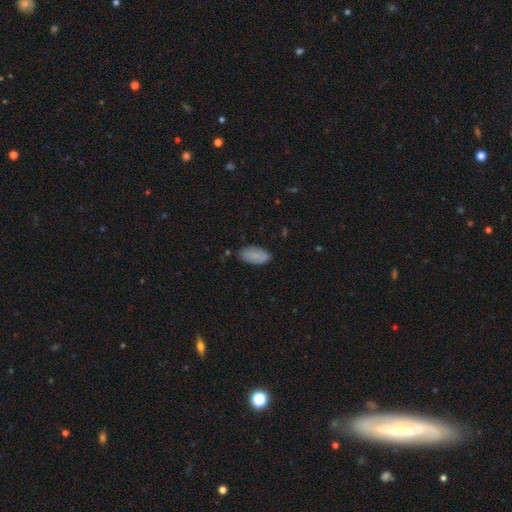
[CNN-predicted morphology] smooth_or_featured: smooth (p=0.82) [alt: featured or disk p=0.11]
how_rounded: in between (p=0.90) [alt: cigar-shaped p=0.08]
merging: none (p=0.82) [alt: minor disturbance p=0.14]